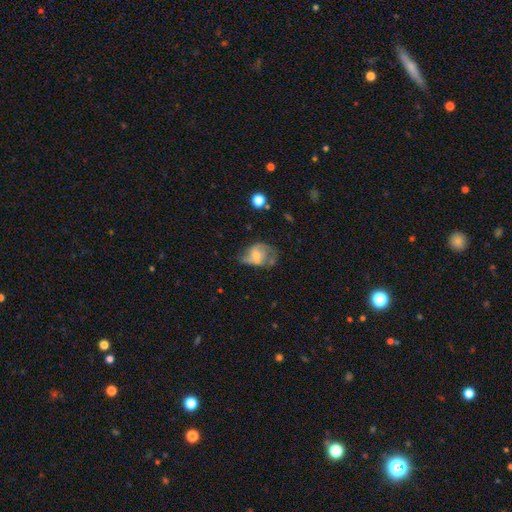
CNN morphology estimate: featured or disk 55%, smooth 36%, star or artifact 8%. Down the decision tree: edge-on disk — no (96%); bar — no (49%); spiral arms — yes (66%); bulge size — small (46%); merging — none (38%).